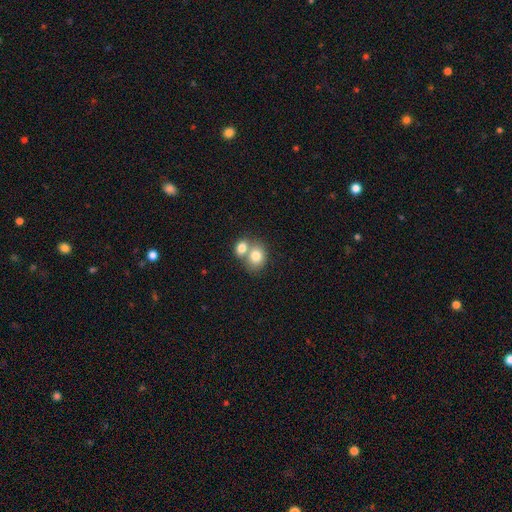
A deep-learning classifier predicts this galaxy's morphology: A smooth galaxy with no disk features (78%) that is round (57%). Merging: merger (60%).